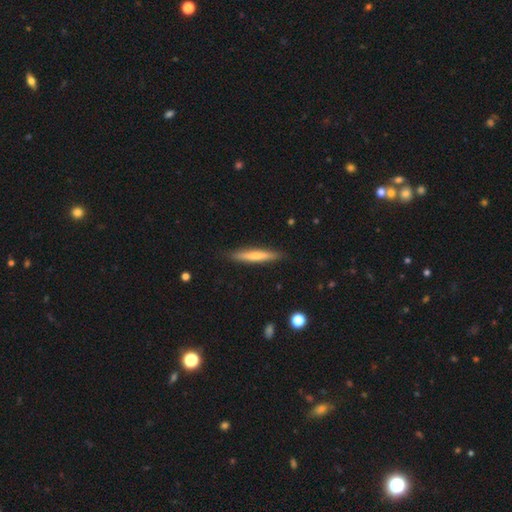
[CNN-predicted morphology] type=smooth (63%); roundness=cigar-shaped (93%); merging=none (89%).